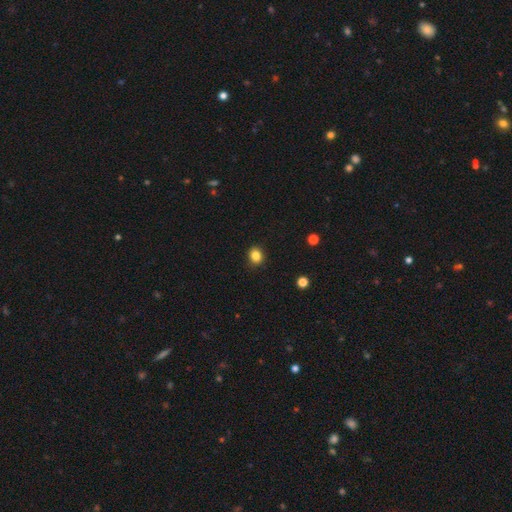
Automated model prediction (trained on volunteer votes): smooth 85%, star or artifact 11%, featured or disk 4%. Down the decision tree: how rounded — round (69%); merging — none (90%).